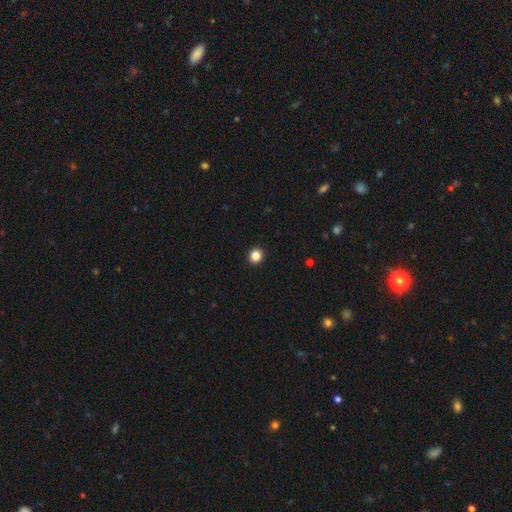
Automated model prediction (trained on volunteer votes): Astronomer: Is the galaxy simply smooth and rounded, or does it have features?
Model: smooth — 86%.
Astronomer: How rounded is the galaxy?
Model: round — 89%.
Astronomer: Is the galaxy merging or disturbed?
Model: none — 93%.